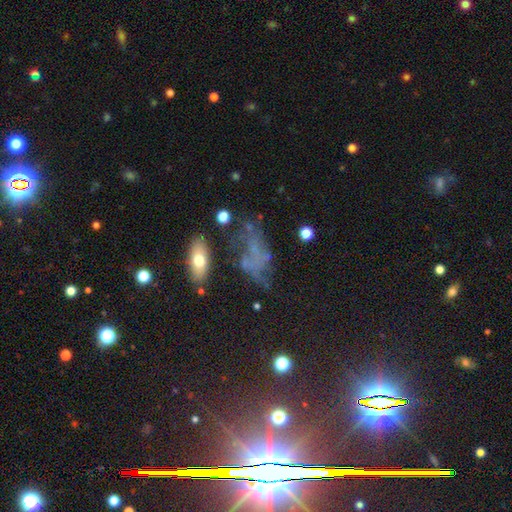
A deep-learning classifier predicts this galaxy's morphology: Overall: smooth (38%; featured or disk 35%). Merging: none (39%; major disturbance 29%).